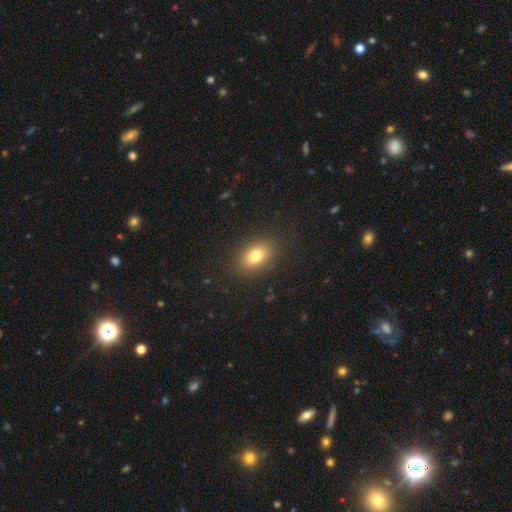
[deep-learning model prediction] smooth_or_featured: smooth (p=0.78) [alt: featured or disk p=0.11]
how_rounded: in between (p=0.80) [alt: round p=0.18]
merging: none (p=0.87) [alt: minor disturbance p=0.08]